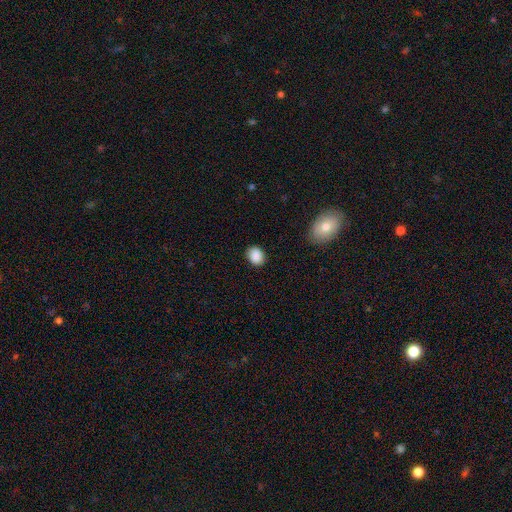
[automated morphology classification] type=smooth (89%); roundness=round (53%); merging=none (86%).